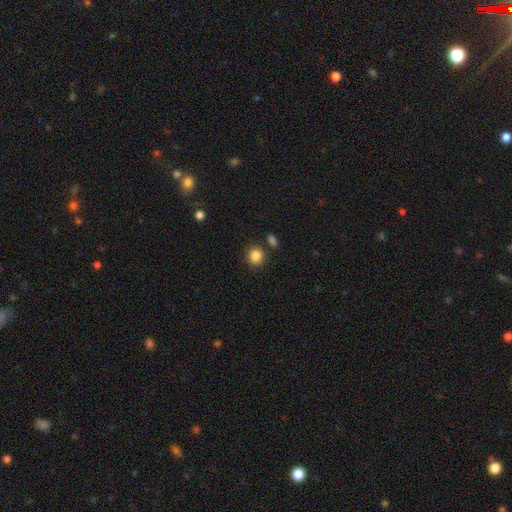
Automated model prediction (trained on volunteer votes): A smooth galaxy with no disk features (86%) that is round (84%). Merging: none (83%).